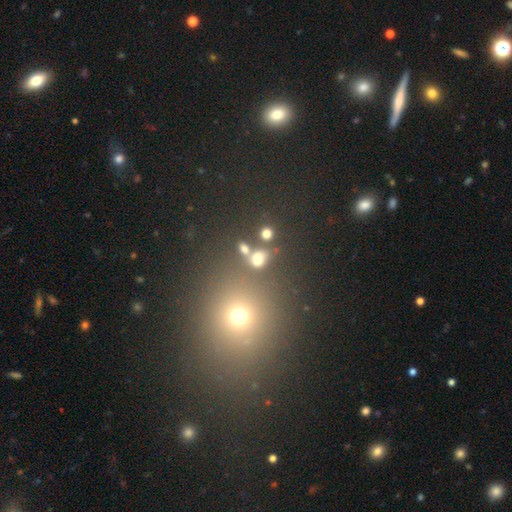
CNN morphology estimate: Q: Smooth or featured?
A: smooth (61%); runner-up: star or artifact (29%)
Q: How rounded?
A: round (67%); runner-up: in between (31%)
Q: Merging?
A: none (66%); runner-up: merger (20%)